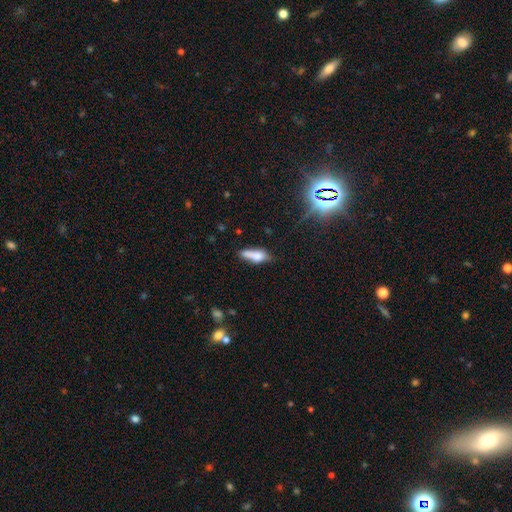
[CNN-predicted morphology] Q: Smooth or featured?
A: smooth (65%); runner-up: featured or disk (25%)
Q: How rounded?
A: in between (55%); runner-up: cigar-shaped (41%)
Q: Merging?
A: none (42%); runner-up: minor disturbance (27%)